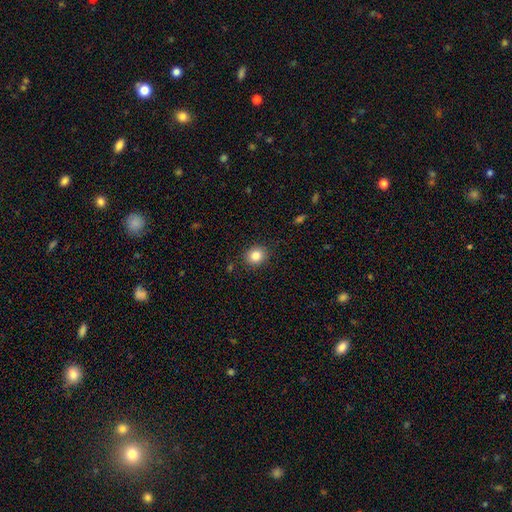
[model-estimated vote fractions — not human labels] smooth-or-featured: smooth: 84% | star or artifact: 10% | featured or disk: 6%
  how-rounded: round: 77% | in between: 22% | cigar-shaped: 1%
  merging: none: 89% | minor disturbance: 7% | major disturbance: 2% | merger: 1%